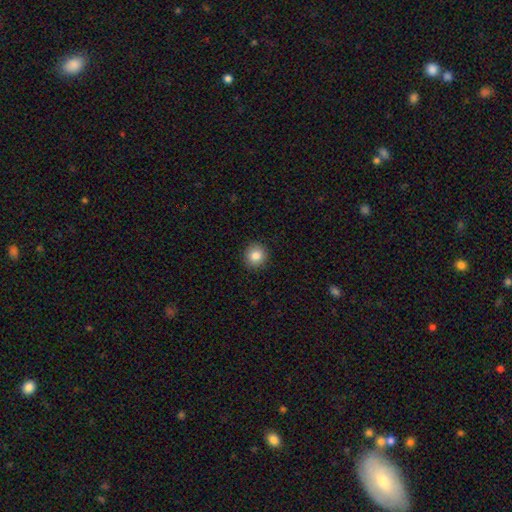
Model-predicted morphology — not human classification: This is clearly a smooth galaxy (84%). How rounded: clearly round (91%). Merging: clearly none (92%).